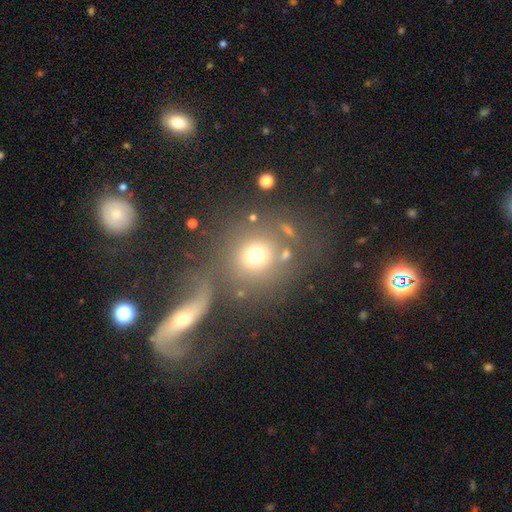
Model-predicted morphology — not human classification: Smooth or featured? Predicted: smooth (p=0.65). How rounded? Predicted: round (p=0.87). Merging? Predicted: none (p=0.49).